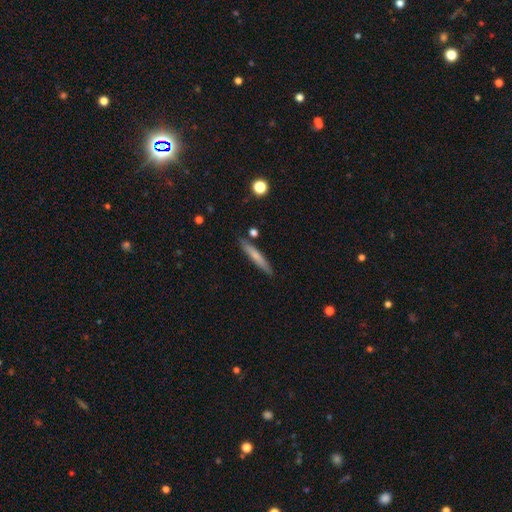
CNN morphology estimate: Smooth or featured: smooth — 64% (featured or disk — 30%)
How rounded: cigar-shaped — 93% (in between — 5%)
Merging: none — 85% (minor disturbance — 10%)